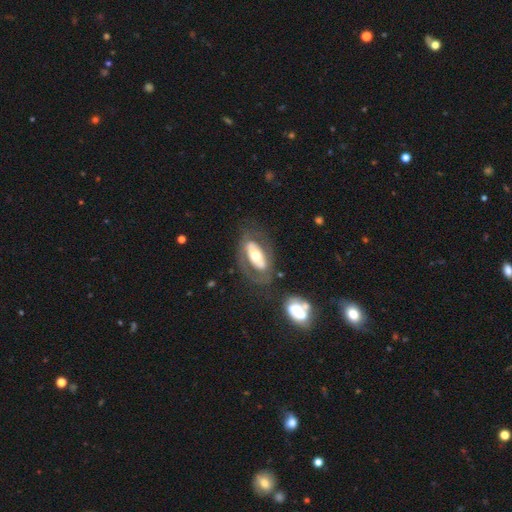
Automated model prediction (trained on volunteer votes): Q: Smooth or featured?
A: featured or disk (60%); runner-up: smooth (34%)
Q: Edge-on disk?
A: no (87%); runner-up: yes (13%)
Q: Bar?
A: no (62%); runner-up: strong (21%)
Q: Spiral arms?
A: no (70%); runner-up: yes (30%)
Q: Bulge size?
A: moderate (65%); runner-up: small (17%)
Q: Merging?
A: none (66%); runner-up: minor disturbance (16%)